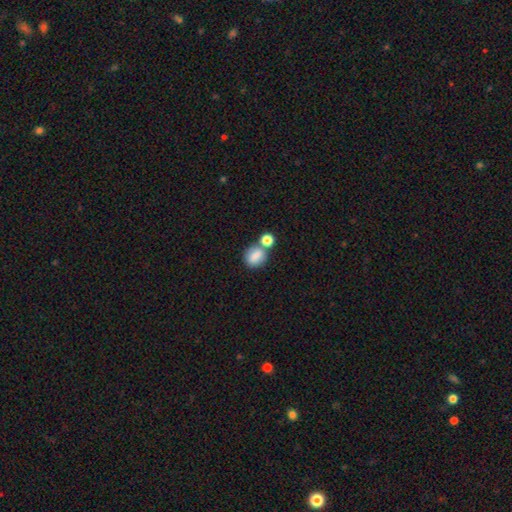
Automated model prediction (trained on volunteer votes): Smooth or featured? smooth (80%)
How rounded? round (53%)
Merging? none (49%)